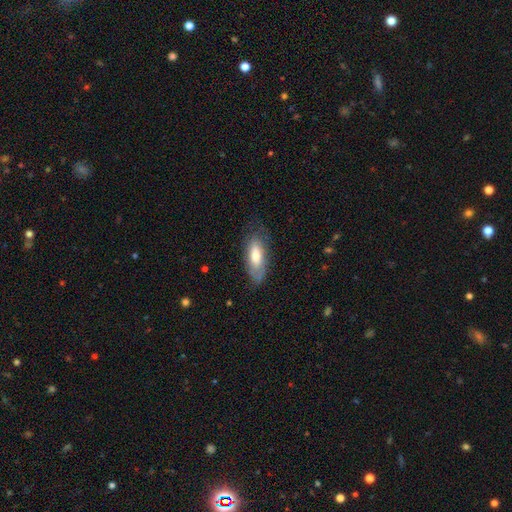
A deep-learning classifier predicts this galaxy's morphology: smooth_or_featured: smooth (p=0.57) [alt: featured or disk p=0.36]
how_rounded: in between (p=0.76) [alt: cigar-shaped p=0.22]
merging: none (p=0.67) [alt: minor disturbance p=0.23]